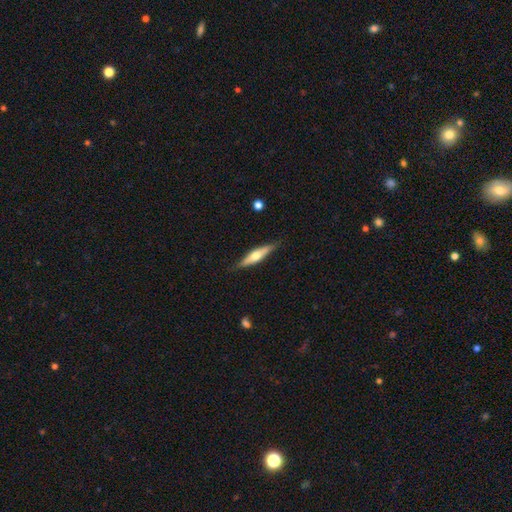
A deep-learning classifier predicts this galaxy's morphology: Q: Smooth or featured?
A: featured or disk (54%); runner-up: smooth (41%)
Q: Edge-on disk?
A: yes (93%); runner-up: no (7%)
Q: Edge-on bulge?
A: rounded (89%); runner-up: boxy (6%)
Q: Merging?
A: none (85%); runner-up: minor disturbance (12%)